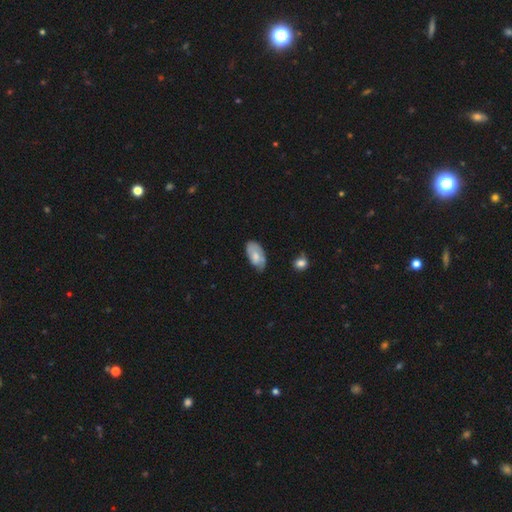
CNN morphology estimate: Q: Smooth or featured?
A: smooth (62%); runner-up: featured or disk (31%)
Q: How rounded?
A: in between (93%); runner-up: cigar-shaped (3%)
Q: Merging?
A: none (56%); runner-up: minor disturbance (35%)